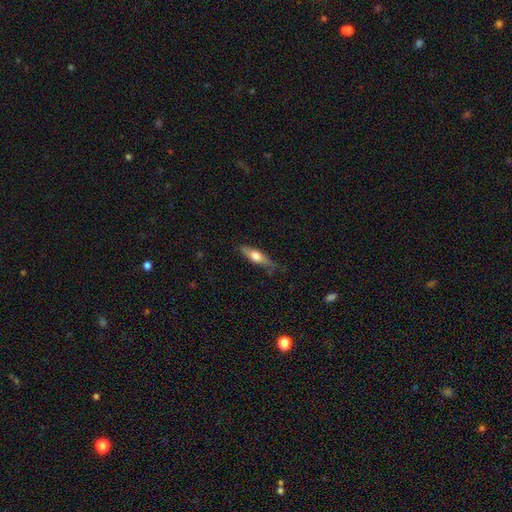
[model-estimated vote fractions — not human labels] Overall: smooth (49%; featured or disk 45%). Merging: none (70%).